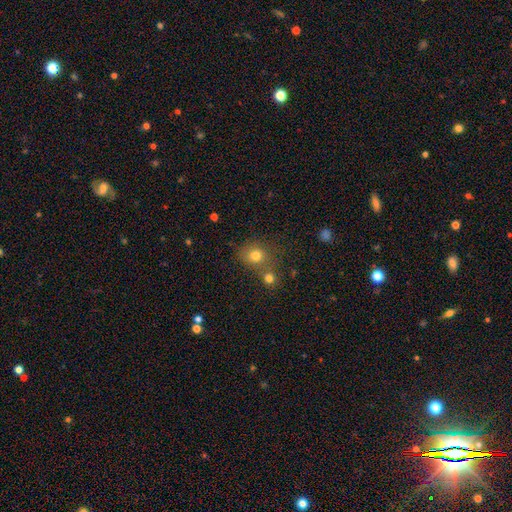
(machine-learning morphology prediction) smooth 77%, star or artifact 15%, featured or disk 9%. Down the decision tree: how rounded — round (77%); merging — none (58%).